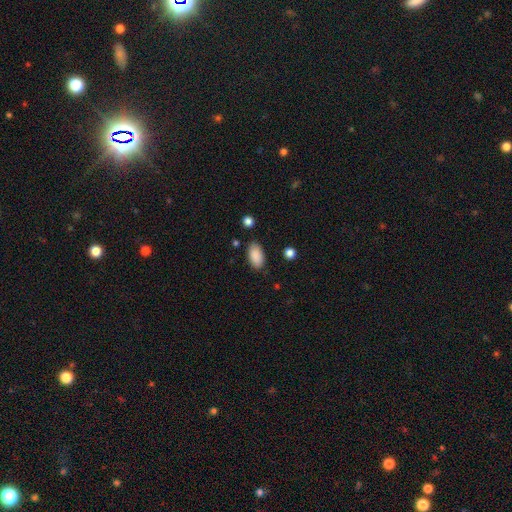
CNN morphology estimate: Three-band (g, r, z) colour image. It shows a smooth galaxy with no disk features (89%) that is in between round and cigar-shaped (94%). Merging: none (84%).